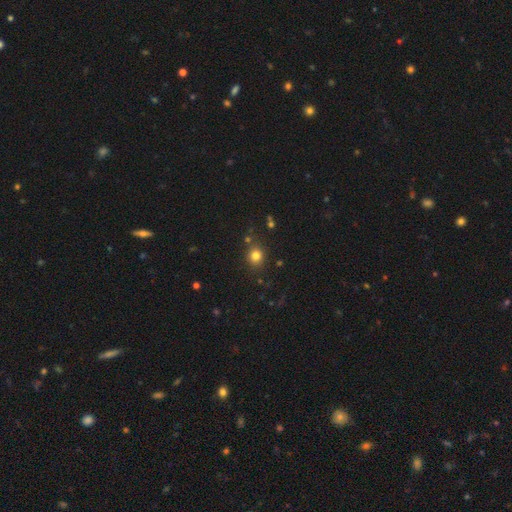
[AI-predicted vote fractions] A smooth galaxy with no disk features (79%) that is round (81%). Merging: none (83%).